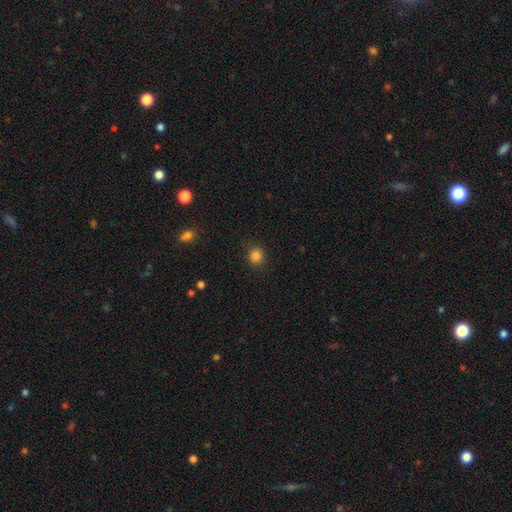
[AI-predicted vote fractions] Q: Smooth or featured?
A: smooth (85%); runner-up: star or artifact (12%)
Q: How rounded?
A: round (86%); runner-up: in between (13%)
Q: Merging?
A: none (88%); runner-up: minor disturbance (8%)